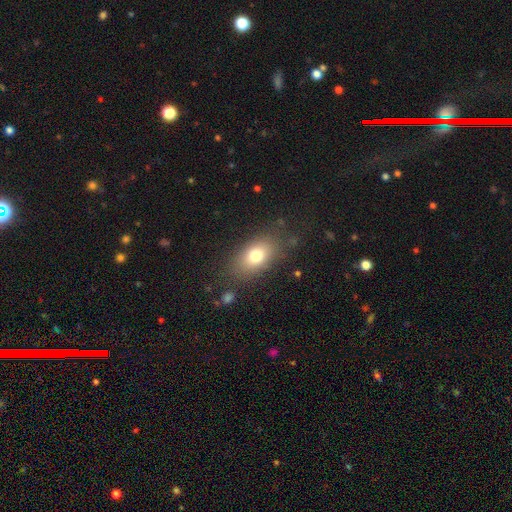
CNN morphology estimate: smooth-or-featured: smooth: 75% | featured or disk: 15% | star or artifact: 10%
  how-rounded: in between: 84% | round: 13% | cigar-shaped: 3%
  merging: none: 80% | minor disturbance: 13% | major disturbance: 6% | merger: 2%